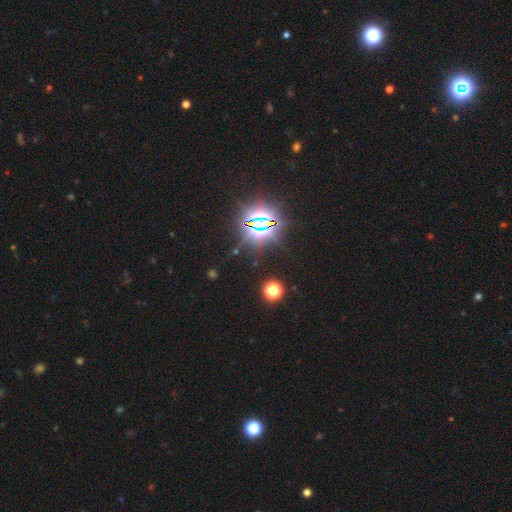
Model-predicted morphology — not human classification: This is clearly a star or artifact rather than a galaxy (82%).